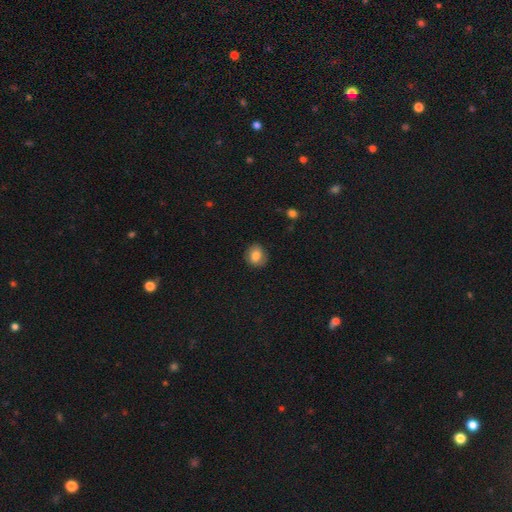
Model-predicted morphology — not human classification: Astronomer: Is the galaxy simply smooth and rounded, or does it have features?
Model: smooth — 81%.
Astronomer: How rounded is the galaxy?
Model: round — 73%.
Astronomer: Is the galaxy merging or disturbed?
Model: none — 82%.